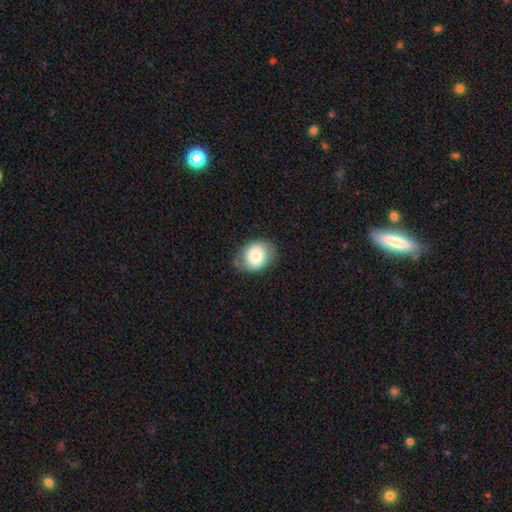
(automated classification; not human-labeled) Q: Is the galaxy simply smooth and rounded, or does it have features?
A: smooth — 79%.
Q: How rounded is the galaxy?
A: round — 50%.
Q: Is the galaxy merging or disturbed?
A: none — 73%.